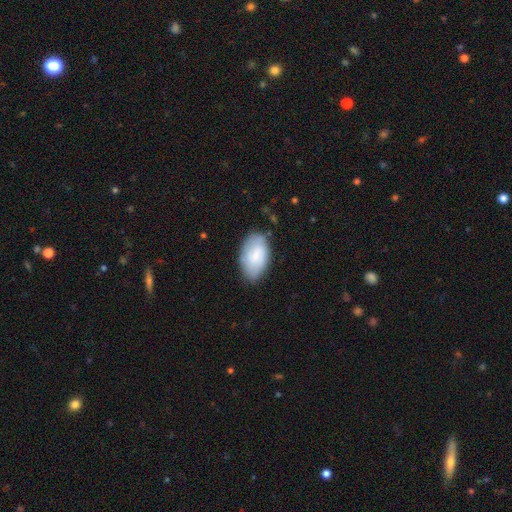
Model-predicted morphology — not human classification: The model was most divided on "merging": none: 72%, minor disturbance: 22%, major disturbance: 5%, merger: 2%. More confident: how rounded — in between (94%); smooth or featured — smooth (72%).